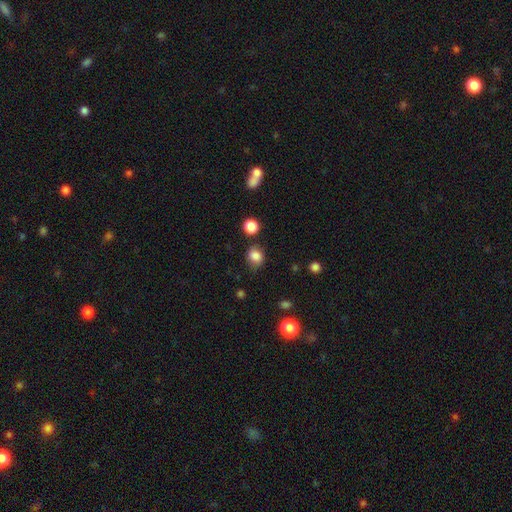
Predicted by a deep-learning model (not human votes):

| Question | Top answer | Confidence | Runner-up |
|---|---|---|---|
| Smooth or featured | smooth | 83% | star or artifact (11%) |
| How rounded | round | 64% | in between (35%) |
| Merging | none | 68% | minor disturbance (20%) |